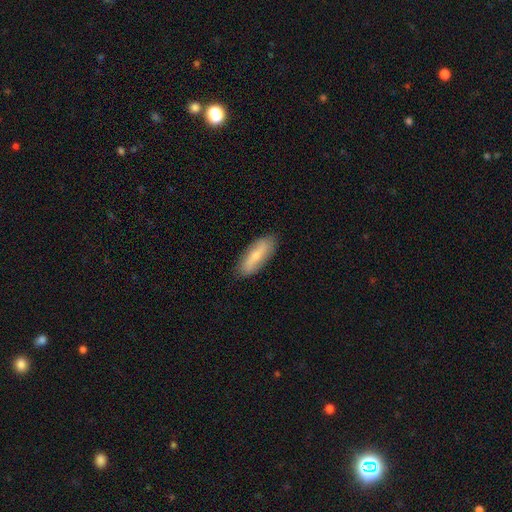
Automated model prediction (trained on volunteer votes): The model was most divided on "smooth or featured": smooth: 60%, featured or disk: 34%, star or artifact: 6%. More confident: merging — none (86%); how rounded — in between (62%).